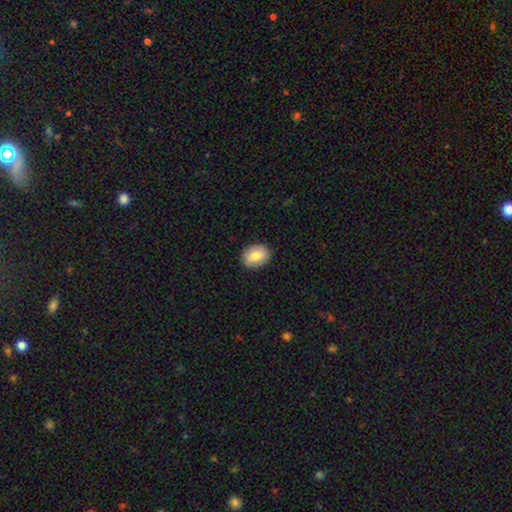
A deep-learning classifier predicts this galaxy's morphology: Smooth or featured? smooth (80%)
How rounded? in between (66%)
Merging? none (89%)